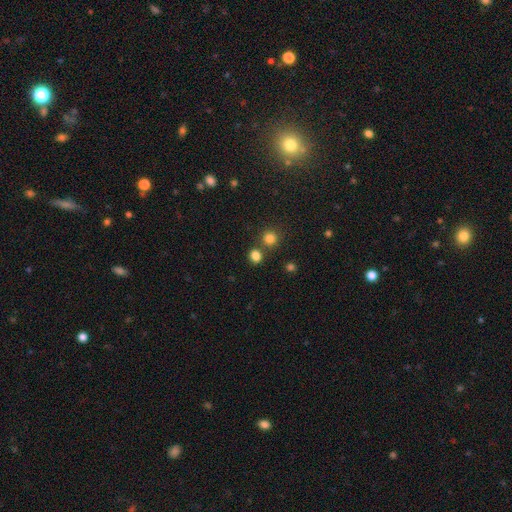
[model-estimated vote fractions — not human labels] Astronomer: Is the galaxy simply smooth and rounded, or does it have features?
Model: smooth — 81%.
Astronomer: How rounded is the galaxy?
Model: round — 81%.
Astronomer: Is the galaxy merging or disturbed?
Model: none — 74%.